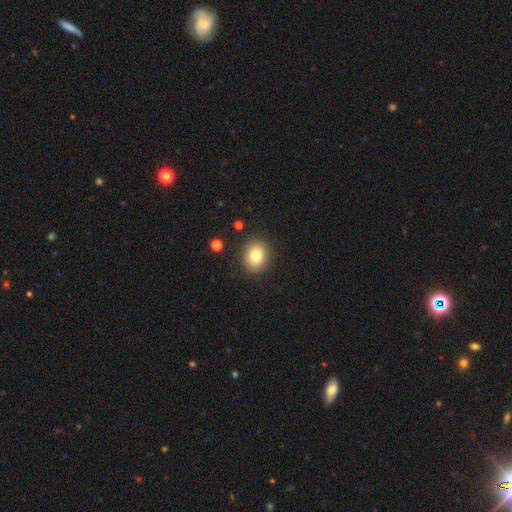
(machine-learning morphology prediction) Smooth or featured?
  - smooth: 80% *
  - star or artifact: 11%
  - featured or disk: 10%
How rounded?
  - round: 66% *
  - in between: 33%
  - cigar-shaped: 1%
Merging?
  - none: 88% *
  - minor disturbance: 8%
  - major disturbance: 3%
  - merger: 2%